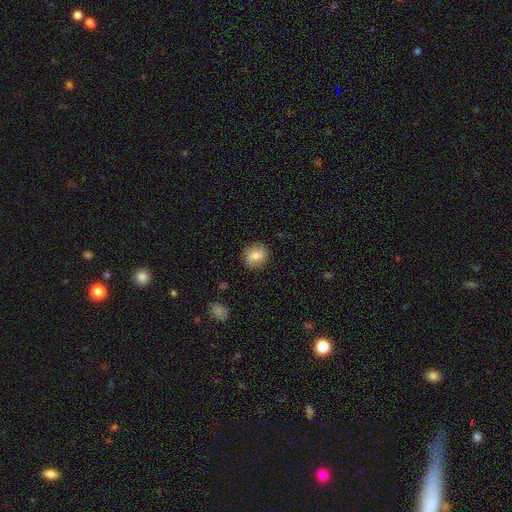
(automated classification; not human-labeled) smooth-or-featured: smooth: 81% | featured or disk: 11% | star or artifact: 8%
  how-rounded: round: 78% | in between: 20% | cigar-shaped: 1%
  merging: none: 86% | minor disturbance: 10% | major disturbance: 3% | merger: 1%